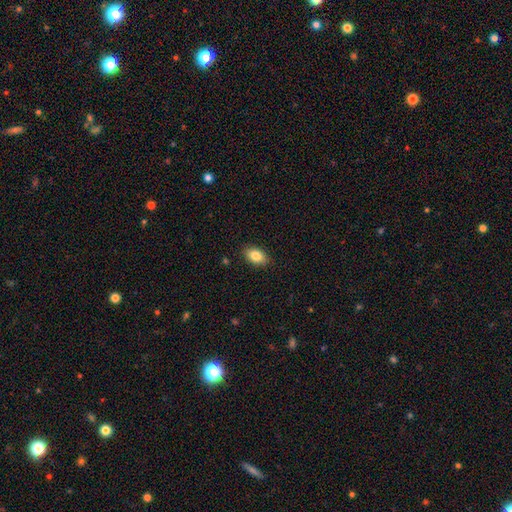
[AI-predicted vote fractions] Smooth or featured? smooth (83%)
How rounded? in between (88%)
Merging? none (87%)